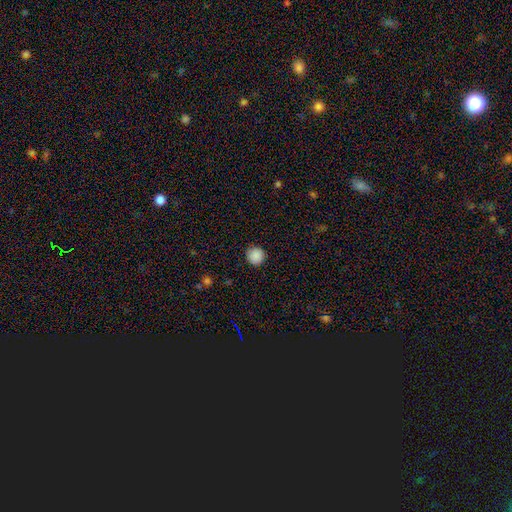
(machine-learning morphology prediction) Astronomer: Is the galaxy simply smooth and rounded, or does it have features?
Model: smooth — 88%.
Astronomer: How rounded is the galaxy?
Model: round — 95%.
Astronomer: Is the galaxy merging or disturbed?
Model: none — 90%.